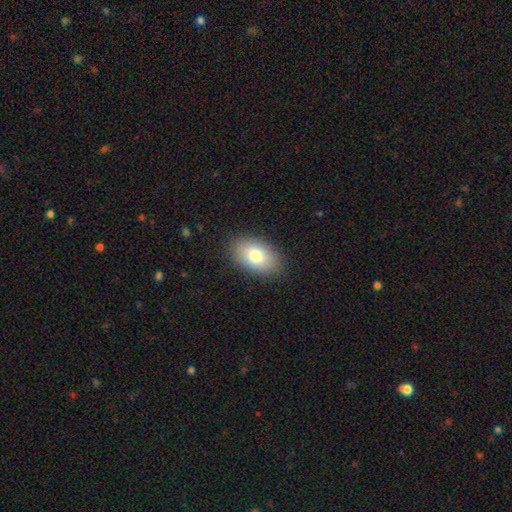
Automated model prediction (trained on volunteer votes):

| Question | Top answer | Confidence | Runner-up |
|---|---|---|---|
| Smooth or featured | smooth | 79% | featured or disk (13%) |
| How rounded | in between | 90% | round (9%) |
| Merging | none | 87% | minor disturbance (9%) |